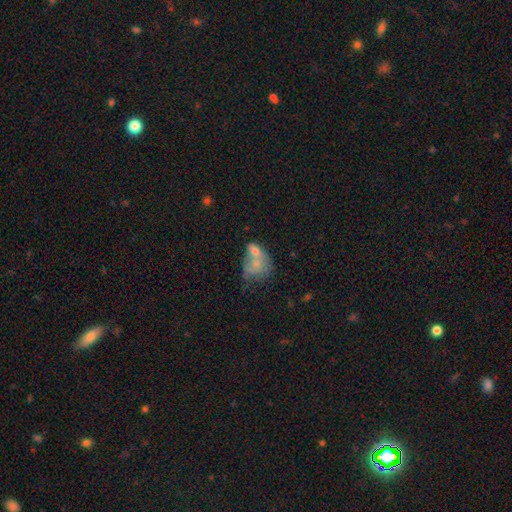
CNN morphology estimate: smooth 56%, featured or disk 35%, star or artifact 10%. Down the decision tree: how rounded — in between (64%); merging — merger (52%).